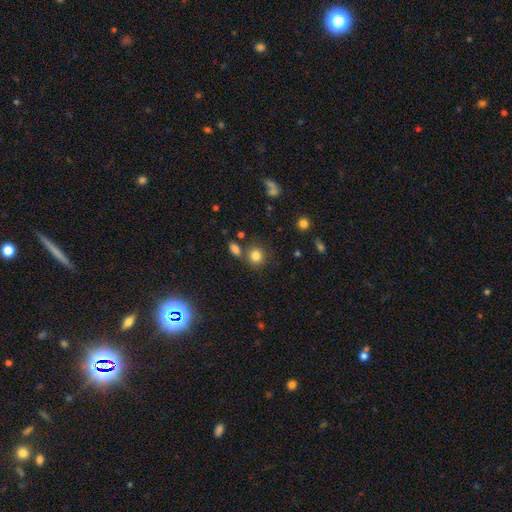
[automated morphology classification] smooth-or-featured: smooth: 82% | star or artifact: 11% | featured or disk: 6%
  how-rounded: round: 82% | in between: 17% | cigar-shaped: 1%
  merging: none: 73% | merger: 13% | minor disturbance: 10% | major disturbance: 4%